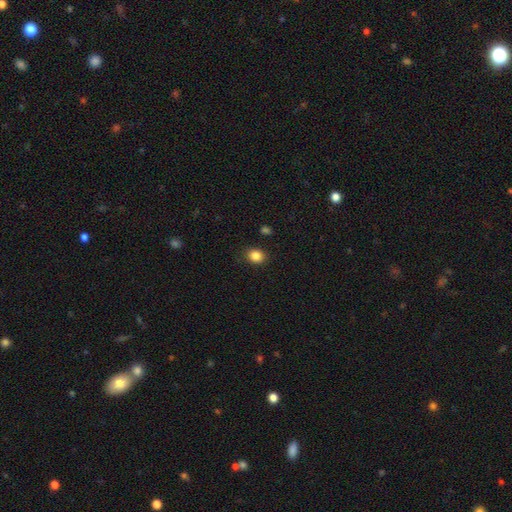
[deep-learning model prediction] The model was most divided on "how rounded": round: 59%, in between: 40%, cigar-shaped: 1%. More confident: merging — none (87%); smooth or featured — smooth (85%).